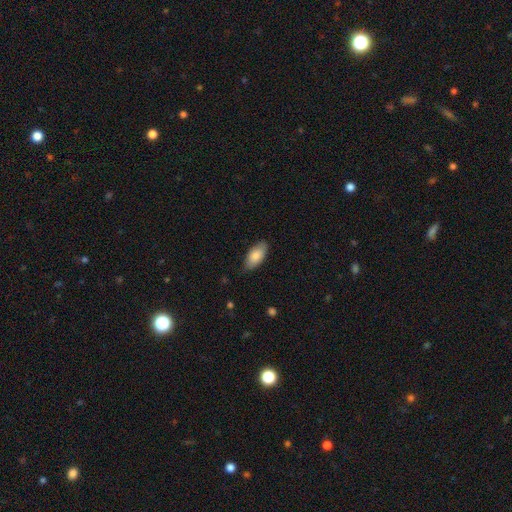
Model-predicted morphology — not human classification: Smooth or featured? smooth (83%)
How rounded? in between (92%)
Merging? none (81%)